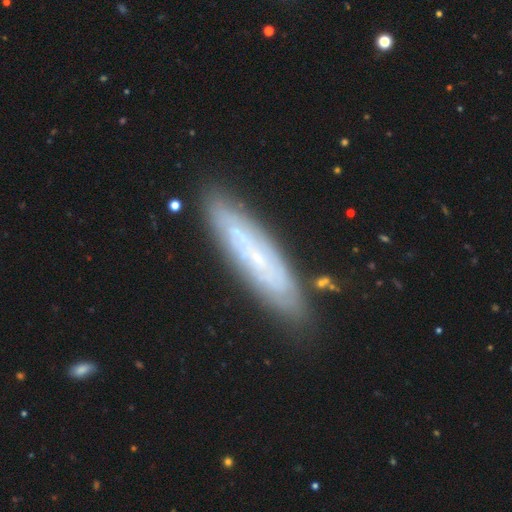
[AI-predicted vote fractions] Smooth or featured?
  - featured or disk: 64% *
  - smooth: 28%
  - star or artifact: 8%
Edge-on disk?
  - no: 62% *
  - yes: 38%
Merging?
  - none: 83% *
  - minor disturbance: 12%
  - major disturbance: 3%
  - merger: 2%